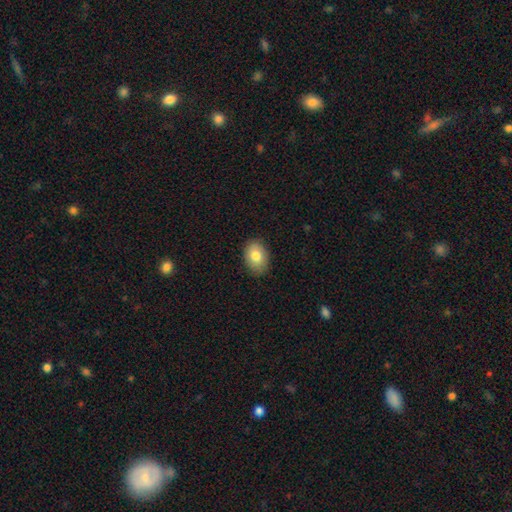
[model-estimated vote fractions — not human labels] The model was most divided on "how rounded": in between: 80%, round: 19%, cigar-shaped: 1%. More confident: merging — none (86%); smooth or featured — smooth (80%).